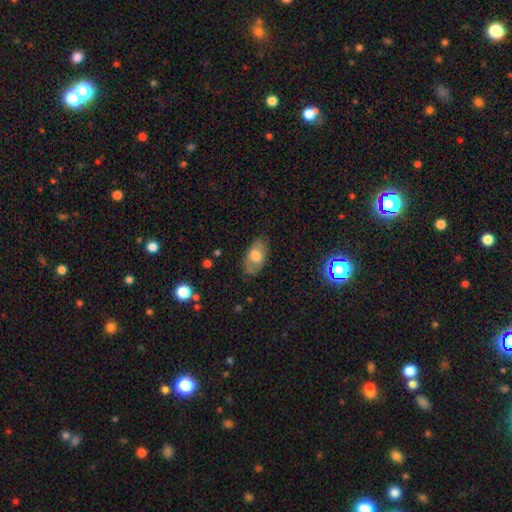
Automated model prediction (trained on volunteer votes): Q: Smooth or featured?
A: smooth (60%); runner-up: featured or disk (32%)
Q: How rounded?
A: in between (91%); runner-up: round (6%)
Q: Merging?
A: none (72%); runner-up: minor disturbance (20%)